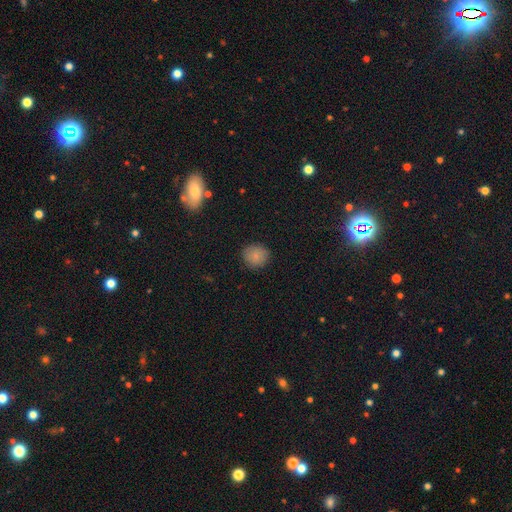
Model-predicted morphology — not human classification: A smooth galaxy with no disk features (84%) that is round (85%).

Vote fractions:
- Smooth or featured? smooth: 84% / star or artifact: 10% / featured or disk: 6%
- How rounded? round: 85% / in between: 14% / cigar-shaped: 1%
- Merging? none: 86% / minor disturbance: 10% / major disturbance: 2% / merger: 1%